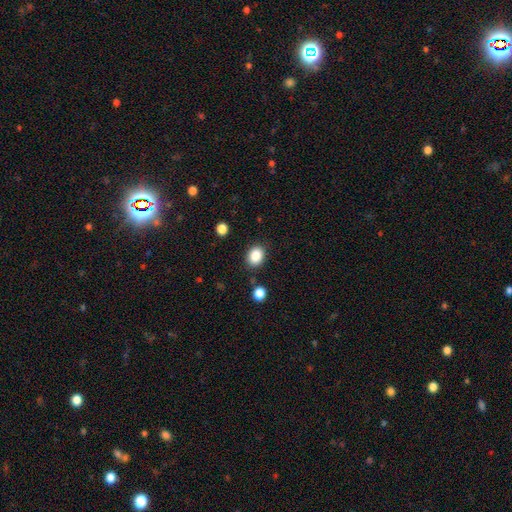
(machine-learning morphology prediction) A smooth galaxy with no disk features (86%) that is in between round and cigar-shaped (50%).

Vote fractions:
- Smooth or featured? smooth: 86% / star or artifact: 10% / featured or disk: 4%
- How rounded? in between: 50% / round: 49% / cigar-shaped: 1%
- Merging? none: 85% / minor disturbance: 10% / merger: 3% / major disturbance: 3%